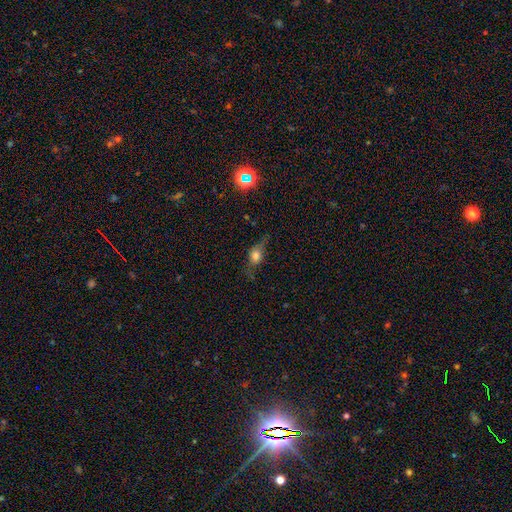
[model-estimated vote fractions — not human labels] This is possibly a smooth galaxy (60%). How rounded: possibly in between (59%). Merging: possibly none (57%).